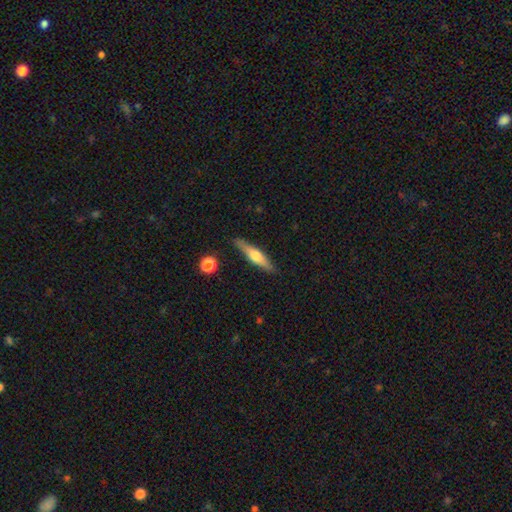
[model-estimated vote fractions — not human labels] smooth_or_featured: featured or disk (p=0.51) [alt: smooth p=0.42]
disk_edge_on: yes (p=0.93) [alt: no p=0.07]
merging: none (p=0.86) [alt: minor disturbance p=0.10]